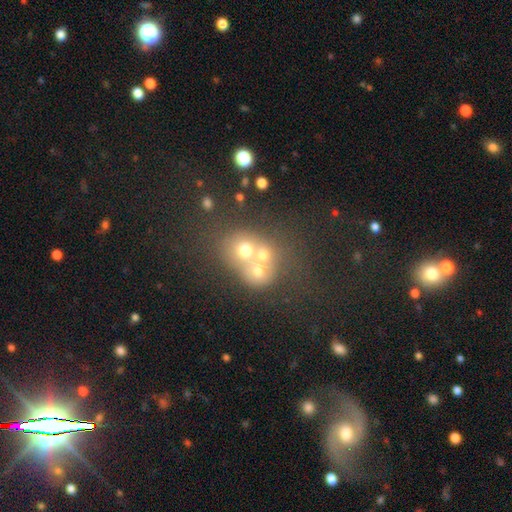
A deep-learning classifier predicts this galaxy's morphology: A smooth galaxy with no disk features (51%) that is round (69%).

Vote fractions:
- Smooth or featured? smooth: 51% / featured or disk: 28% / star or artifact: 21%
- How rounded? round: 69% / in between: 30% / cigar-shaped: 1%
- Merging? merger: 57% / none: 30% / minor disturbance: 7% / major disturbance: 6%